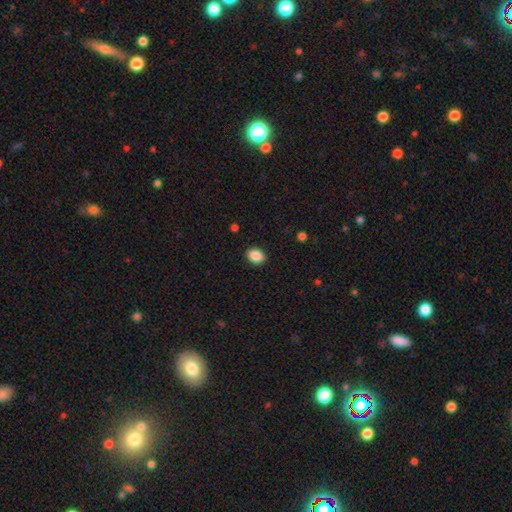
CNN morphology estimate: This appears to be a smooth galaxy with no disk features (89%) that is in between round and cigar-shaped (65%). Merging: none (90%).